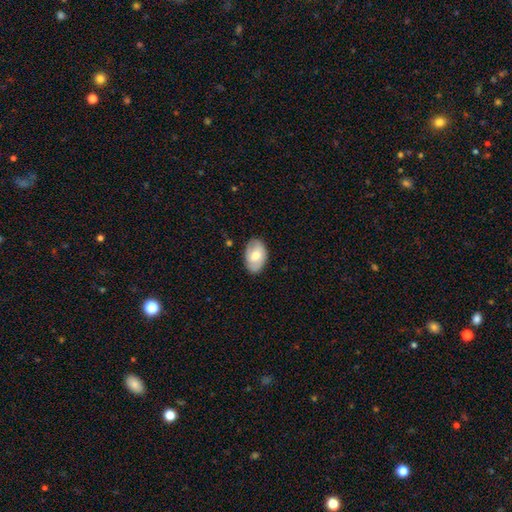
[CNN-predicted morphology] Overall: smooth (67%). How rounded: in between (89%). Merging: none (80%).